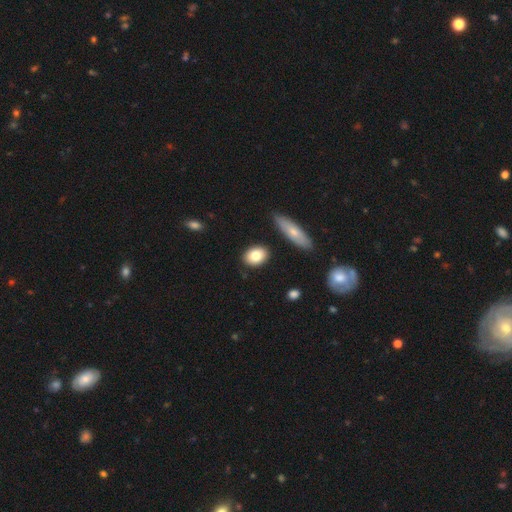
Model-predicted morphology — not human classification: This is clearly a smooth galaxy (80%). How rounded: likely in between (71%). Merging: clearly none (86%).